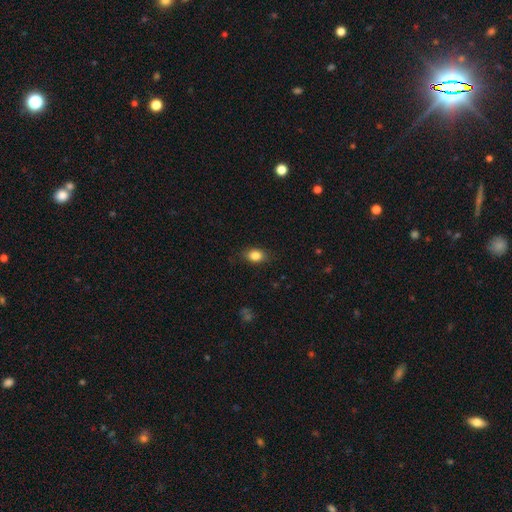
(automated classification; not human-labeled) Smooth or featured? smooth (85%)
How rounded? in between (76%)
Merging? none (82%)